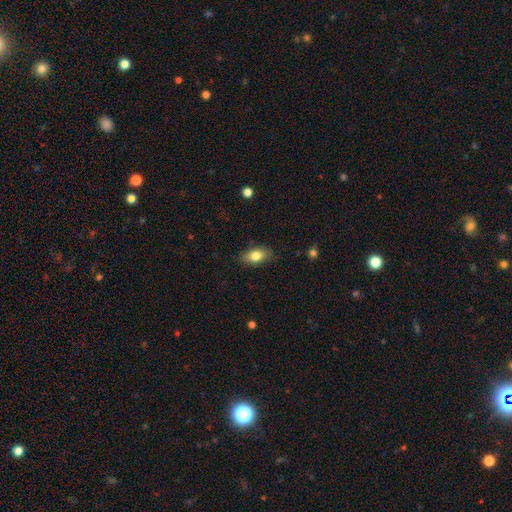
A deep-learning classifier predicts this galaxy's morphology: This appears to be a smooth galaxy with no disk features (80%) that is in between round and cigar-shaped (87%). Merging: none (84%).